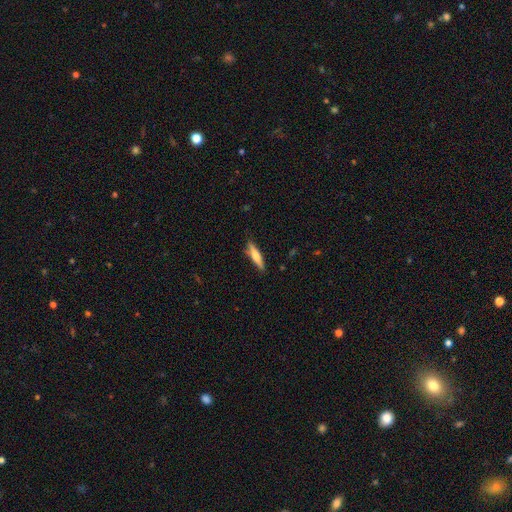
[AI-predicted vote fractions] A smooth galaxy with no disk features (55%) that is cigar-shaped (82%).

Vote fractions:
- Smooth or featured? smooth: 55% / featured or disk: 39% / star or artifact: 6%
- How rounded? cigar-shaped: 82% / in between: 16% / round: 2%
- Merging? none: 85% / minor disturbance: 11% / major disturbance: 2% / merger: 1%